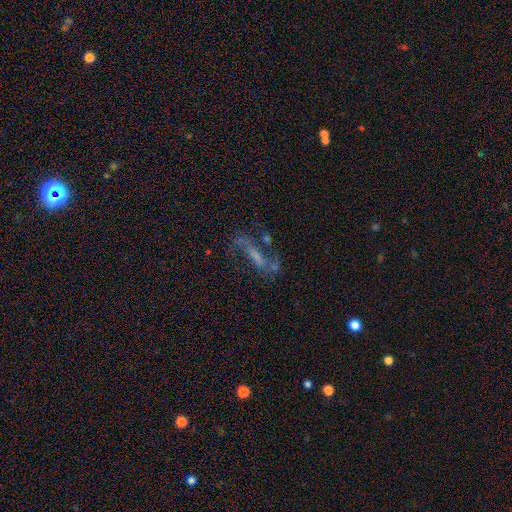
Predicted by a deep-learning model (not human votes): Q: Smooth or featured?
A: featured or disk (63%); runner-up: smooth (20%)
Q: Edge-on disk?
A: no (82%); runner-up: yes (18%)
Q: Bar?
A: strong (43%); runner-up: weak (30%)
Q: Spiral arms?
A: yes (76%); runner-up: no (24%)
Q: Bulge size?
A: none (53%); runner-up: small (23%)
Q: Merging?
A: none (48%); runner-up: major disturbance (24%)